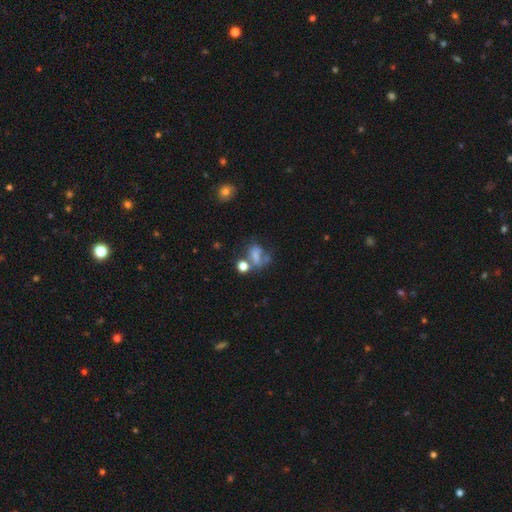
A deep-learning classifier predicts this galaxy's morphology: type=smooth (52%); roundness=in between (60%); merging=merger (29%).